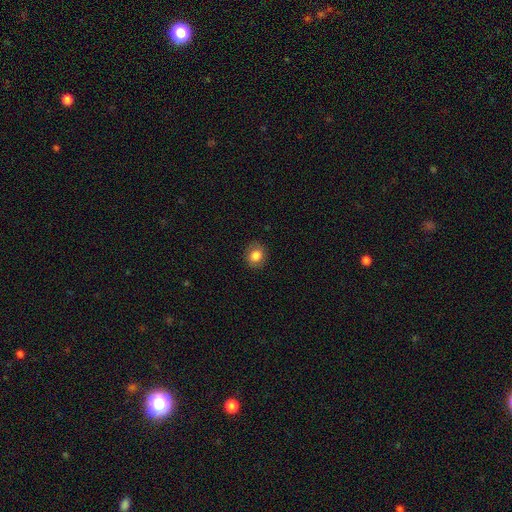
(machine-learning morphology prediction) A smooth galaxy with no disk features (83%) that is round (69%).

Vote fractions:
- Smooth or featured? smooth: 83% / star or artifact: 9% / featured or disk: 8%
- How rounded? round: 69% / in between: 30% / cigar-shaped: 1%
- Merging? none: 86% / minor disturbance: 10% / major disturbance: 3% / merger: 1%